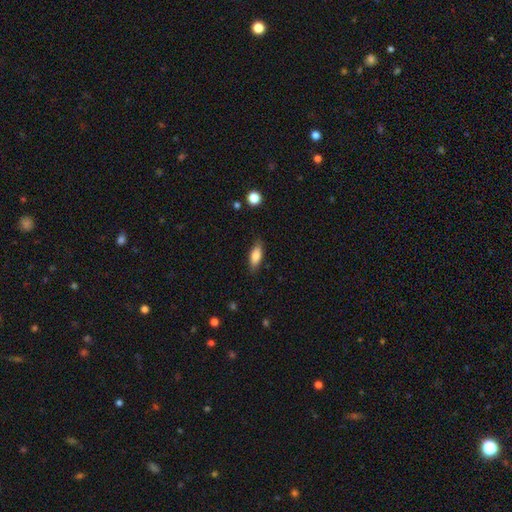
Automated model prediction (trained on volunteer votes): The model was most divided on "how rounded": in between: 72%, cigar-shaped: 25%, round: 3%. More confident: merging — none (82%); smooth or featured — smooth (80%).